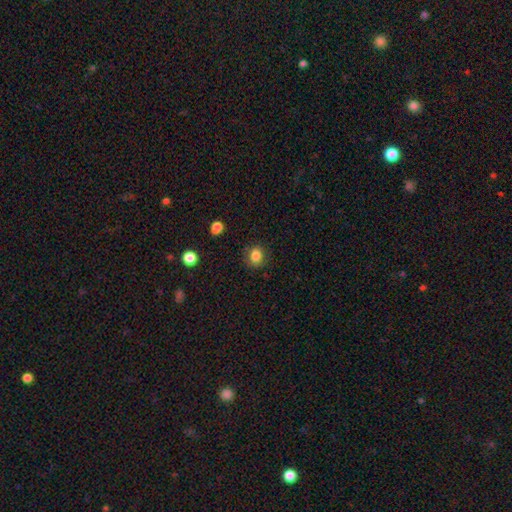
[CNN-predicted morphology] Smooth or featured?
  - smooth: 84% *
  - star or artifact: 10%
  - featured or disk: 6%
How rounded?
  - round: 67% *
  - in between: 33%
  - cigar-shaped: 1%
Merging?
  - none: 82% *
  - minor disturbance: 13%
  - major disturbance: 4%
  - merger: 1%